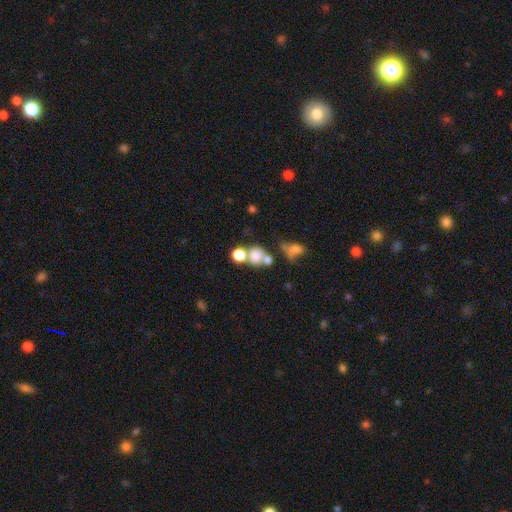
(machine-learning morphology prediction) Smooth or featured? smooth (71%)
How rounded? round (71%)
Merging? merger (49%)